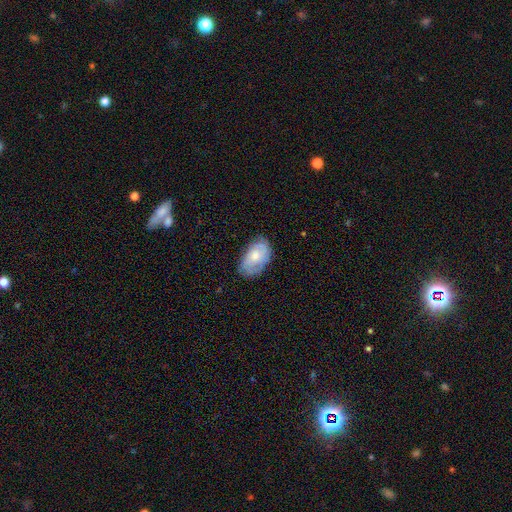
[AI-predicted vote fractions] A smooth galaxy with no disk features (47%, tied with featured or disk).

Vote fractions:
- Smooth or featured? smooth: 47% (tied) / featured or disk: 47% (tied) / star or artifact: 7%
- Merging? none: 69% / minor disturbance: 23% / major disturbance: 7% / merger: 1%